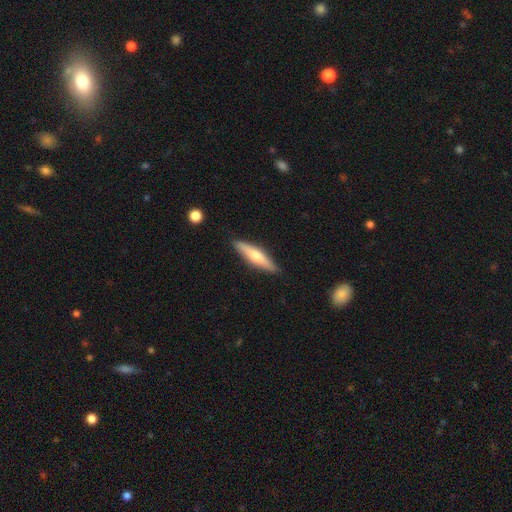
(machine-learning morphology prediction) smooth-or-featured: smooth: 48% | featured or disk: 47% | star or artifact: 6%
  merging: none: 88% | minor disturbance: 9% | major disturbance: 2% | merger: 1%